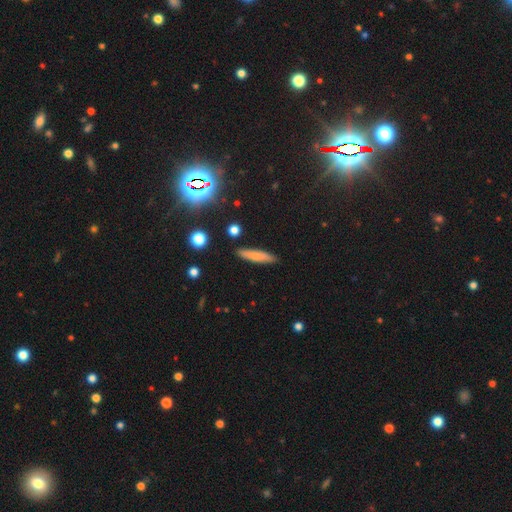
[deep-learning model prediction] The model was most divided on "smooth or featured": smooth: 69%, featured or disk: 23%, star or artifact: 8%. More confident: merging — none (87%); how rounded — cigar-shaped (82%).